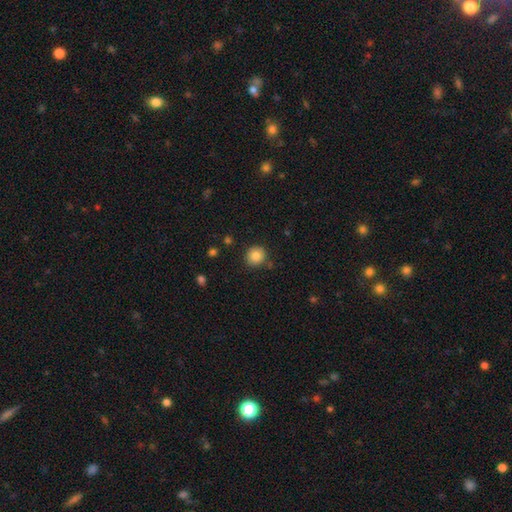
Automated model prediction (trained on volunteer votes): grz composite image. It shows a smooth galaxy with no disk features (85%) that is round (87%). Merging: none (85%).